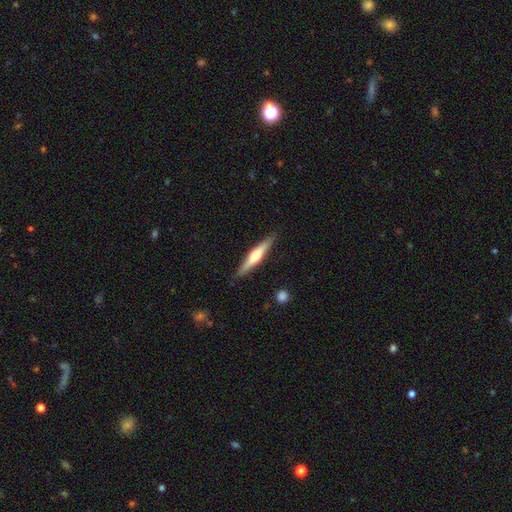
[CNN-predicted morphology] A featured or disk galaxy (58%) viewed edge-on (96%) with a rounded central bulge (88%).

Vote fractions:
- Smooth or featured? featured or disk: 58% / smooth: 37% / star or artifact: 5%
- Edge-on disk? yes: 96% / no: 4%
- Edge-on bulge? rounded: 88% / none: 7% / boxy: 5%
- Merging? none: 88% / minor disturbance: 9% / major disturbance: 2% / merger: 1%